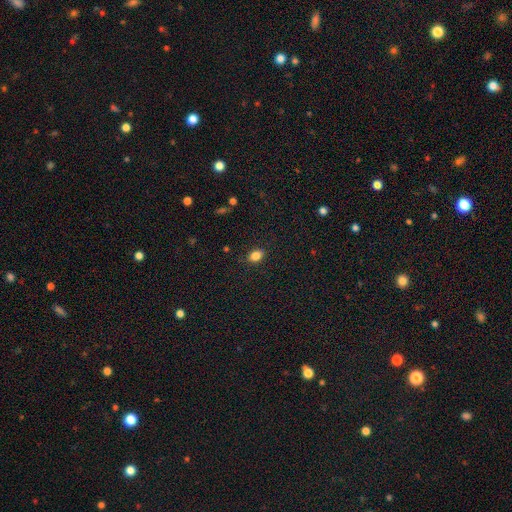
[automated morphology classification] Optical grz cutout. It shows a smooth galaxy with no disk features (84%) that is in between round and cigar-shaped (74%). Merging: none (86%).